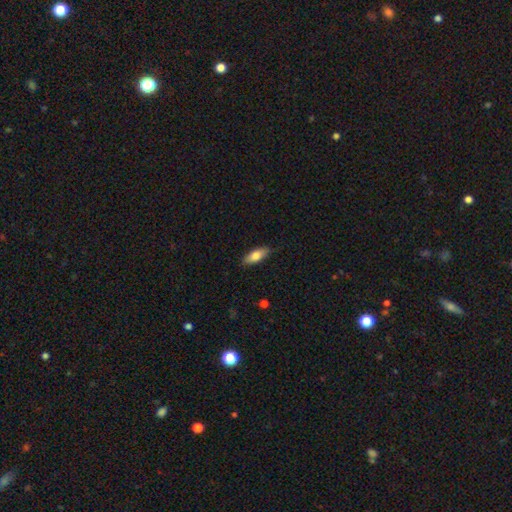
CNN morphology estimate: The model was most divided on "how rounded": in between: 75%, cigar-shaped: 23%, round: 2%. More confident: merging — none (87%); smooth or featured — smooth (77%).